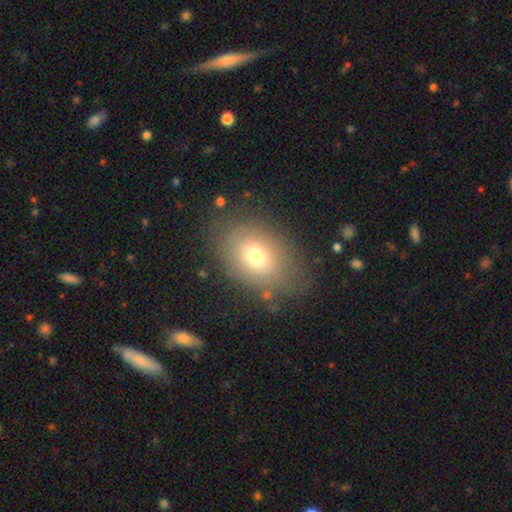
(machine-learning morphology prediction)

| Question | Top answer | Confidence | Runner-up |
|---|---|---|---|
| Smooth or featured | smooth | 69% | featured or disk (18%) |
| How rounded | in between | 69% | round (29%) |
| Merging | none | 73% | minor disturbance (16%) |